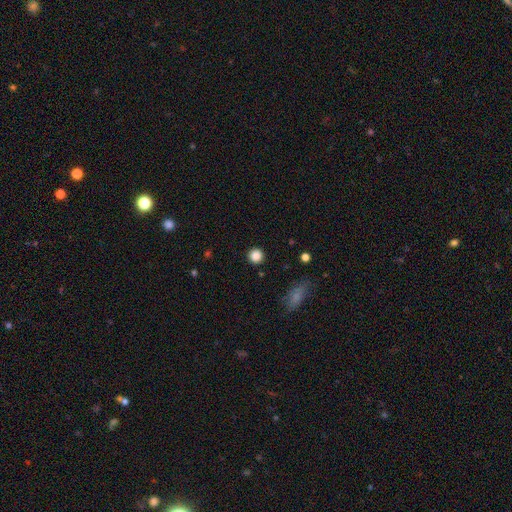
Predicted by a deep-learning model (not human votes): Smooth or featured? Predicted: smooth (p=0.86). How rounded? Predicted: round (p=0.94). Merging? Predicted: none (p=0.91).